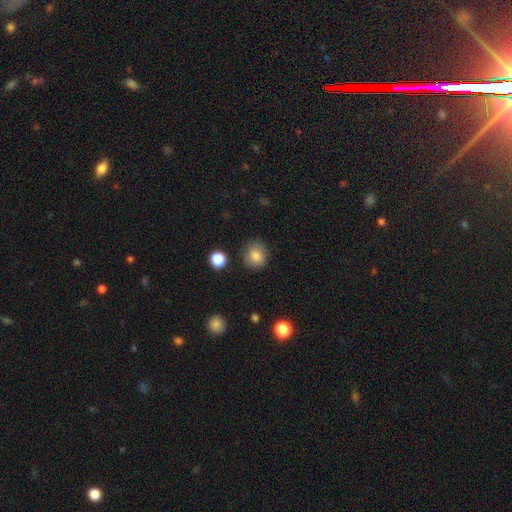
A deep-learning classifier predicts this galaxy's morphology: This appears to be a smooth galaxy with no disk features (85%) that is round (84%). Merging: none (84%).